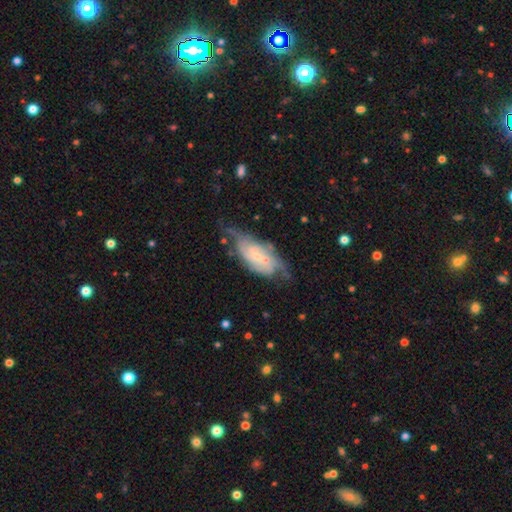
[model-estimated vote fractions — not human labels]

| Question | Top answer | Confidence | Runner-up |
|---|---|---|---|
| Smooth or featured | featured or disk | 75% | smooth (18%) |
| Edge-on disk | no | 93% | yes (7%) |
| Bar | no | 54% | weak (36%) |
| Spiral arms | yes | 89% | no (11%) |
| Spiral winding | medium | 42% | tight (38%) |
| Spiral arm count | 2 | 50% | can't tell (28%) |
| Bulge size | small | 71% | moderate (18%) |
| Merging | none | 48% | minor disturbance (27%) |